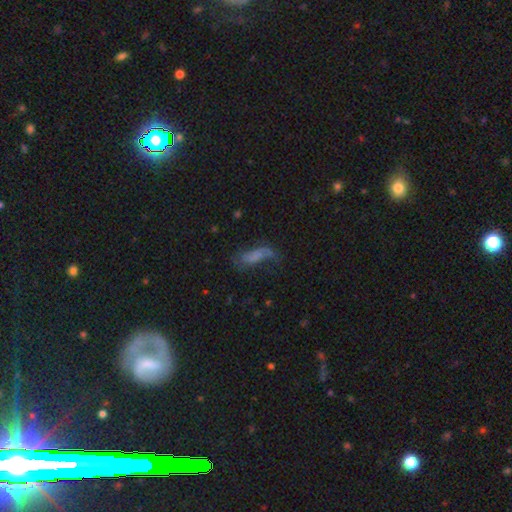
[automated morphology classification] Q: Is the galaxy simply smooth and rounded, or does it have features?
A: smooth — 54%.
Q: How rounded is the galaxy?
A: in between — 64%.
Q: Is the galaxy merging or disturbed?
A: none — 38%.